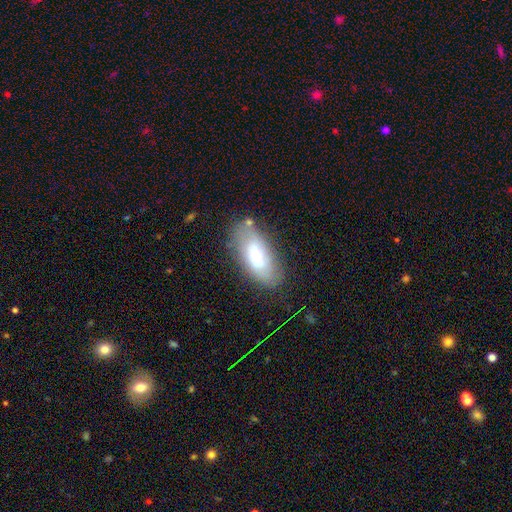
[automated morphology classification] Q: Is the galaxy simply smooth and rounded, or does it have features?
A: smooth — 63%.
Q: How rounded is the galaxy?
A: in between — 85%.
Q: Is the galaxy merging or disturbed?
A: none — 70%.